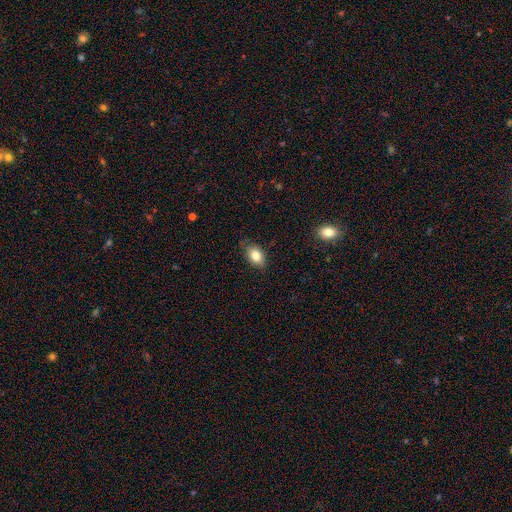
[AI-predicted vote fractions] Q: Smooth or featured?
A: smooth (82%); runner-up: featured or disk (9%)
Q: How rounded?
A: in between (85%); runner-up: round (13%)
Q: Merging?
A: none (79%); runner-up: minor disturbance (17%)